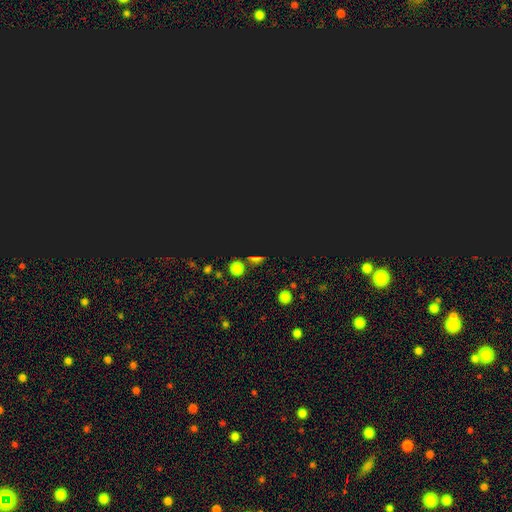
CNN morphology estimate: This appears to be a star or artifact, not a galaxy (59%).